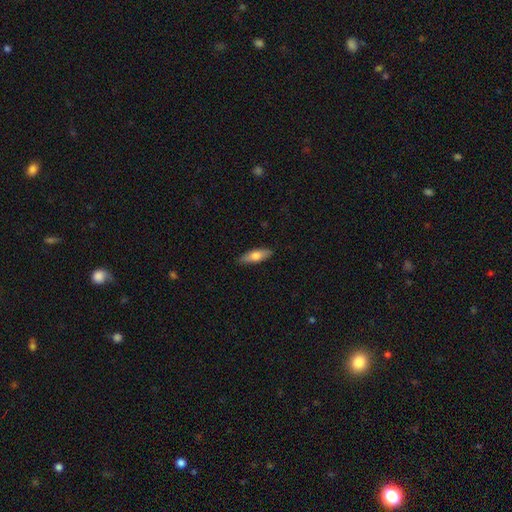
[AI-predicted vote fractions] Overall: smooth (68%). How rounded: in between (57%; cigar-shaped 41%). Merging: none (87%).